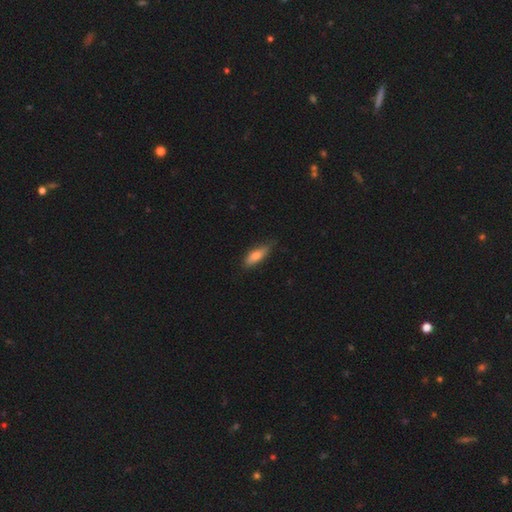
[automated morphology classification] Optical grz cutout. It shows a smooth galaxy with no disk features (72%) that is in between round and cigar-shaped (59%). Merging: none (75%).